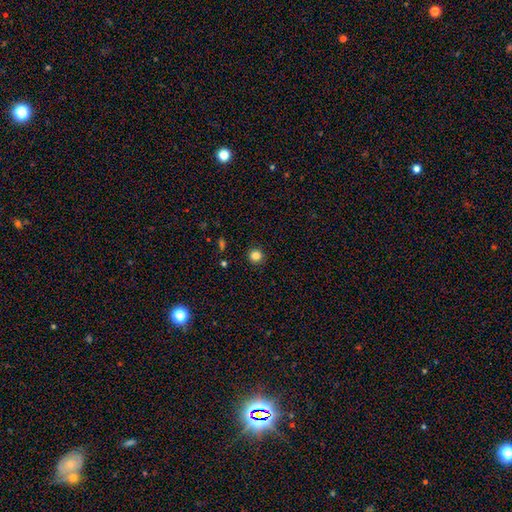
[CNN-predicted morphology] smooth 83%, star or artifact 12%, featured or disk 5%. Down the decision tree: how rounded — round (94%); merging — none (92%).